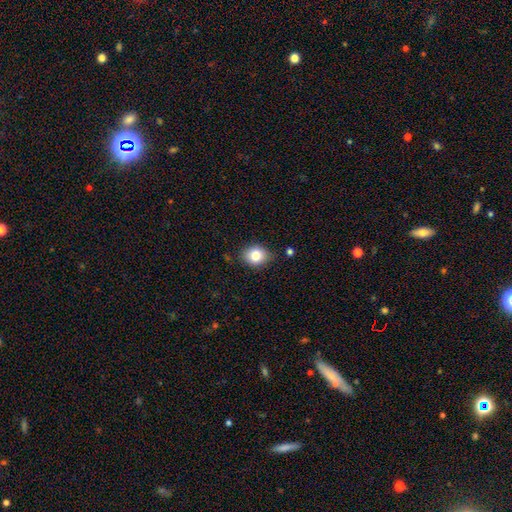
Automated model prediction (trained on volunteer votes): smooth_or_featured: smooth (p=0.81) [alt: star or artifact p=0.10]
how_rounded: round (p=0.59) [alt: in between p=0.40]
merging: none (p=0.81) [alt: minor disturbance p=0.14]